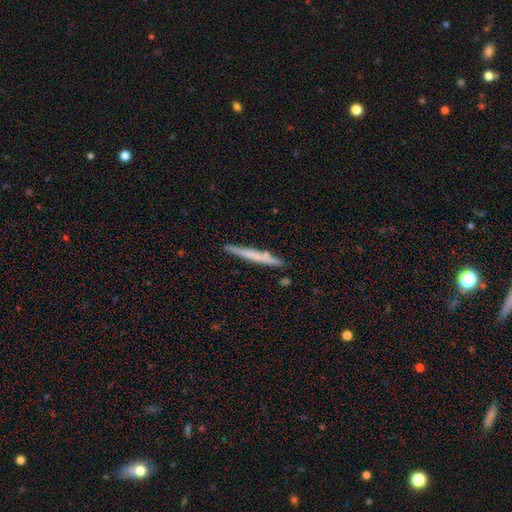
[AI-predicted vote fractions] A smooth galaxy with no disk features (54%) that is cigar-shaped (97%). Merging: none (89%).